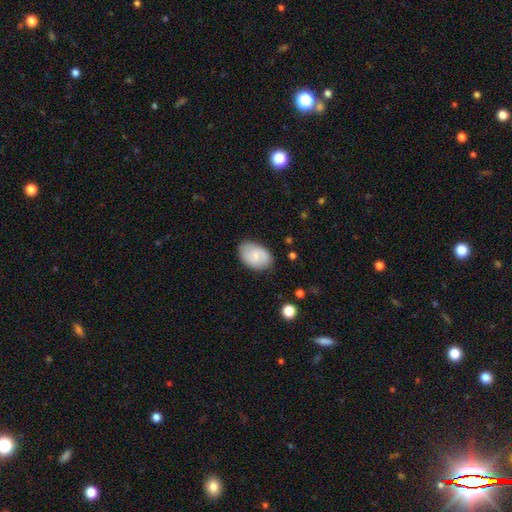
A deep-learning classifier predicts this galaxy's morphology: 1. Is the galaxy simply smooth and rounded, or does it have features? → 60% smooth, 33% featured or disk, 7% star or artifact.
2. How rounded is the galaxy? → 85% in between, 14% round, 1% cigar-shaped.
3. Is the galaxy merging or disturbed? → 80% none, 16% minor disturbance, 3% major disturbance, 1% merger.